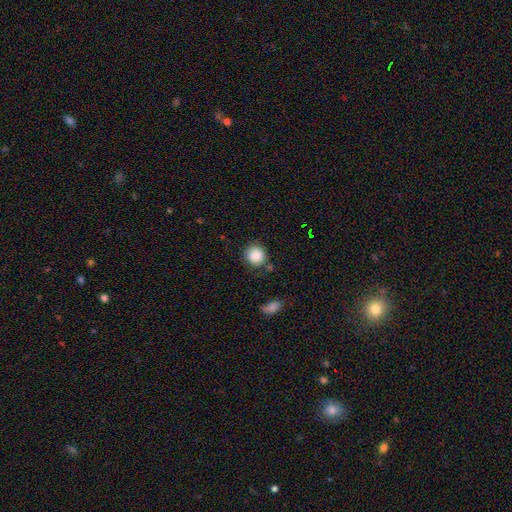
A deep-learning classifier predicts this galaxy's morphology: The model was most divided on "merging": none: 79%, minor disturbance: 13%, merger: 4%, major disturbance: 4%. More confident: how rounded — round (90%); smooth or featured — smooth (87%).